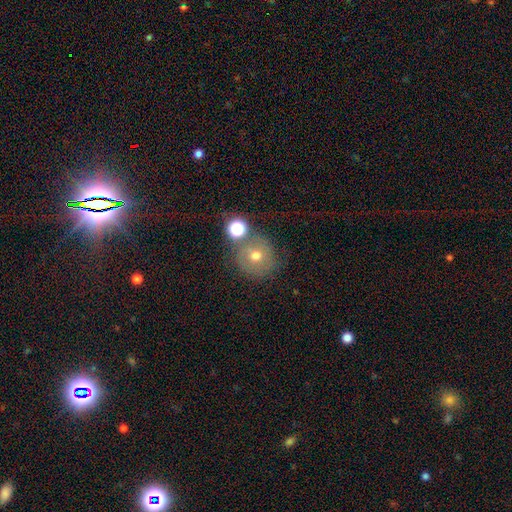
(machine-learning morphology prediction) This appears to be a smooth galaxy with no disk features (59%) that is round (90%). Merging: none (64%).